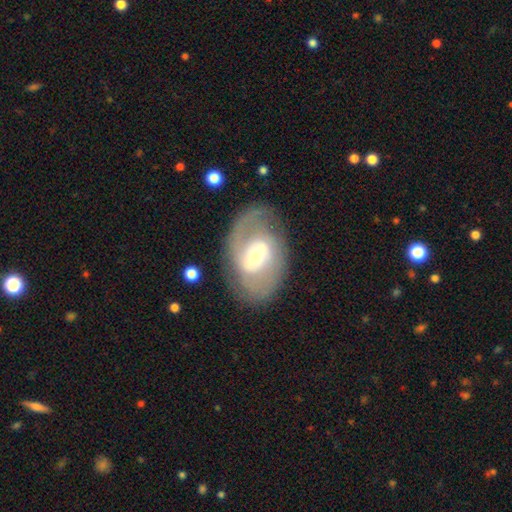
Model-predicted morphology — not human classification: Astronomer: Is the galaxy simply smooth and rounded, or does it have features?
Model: featured or disk — 73%.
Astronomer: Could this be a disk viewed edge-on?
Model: no — 95%.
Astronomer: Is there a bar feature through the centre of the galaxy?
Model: weak — 48% (runner-up: strong, 26%).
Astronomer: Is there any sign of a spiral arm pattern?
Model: yes — 79%.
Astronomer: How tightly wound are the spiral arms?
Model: medium — 44% (runner-up: tight, 36%).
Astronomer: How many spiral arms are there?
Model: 2 — 72%.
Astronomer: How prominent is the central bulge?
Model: moderate — 51% (runner-up: small, 34%).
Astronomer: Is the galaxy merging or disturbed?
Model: none — 75%.